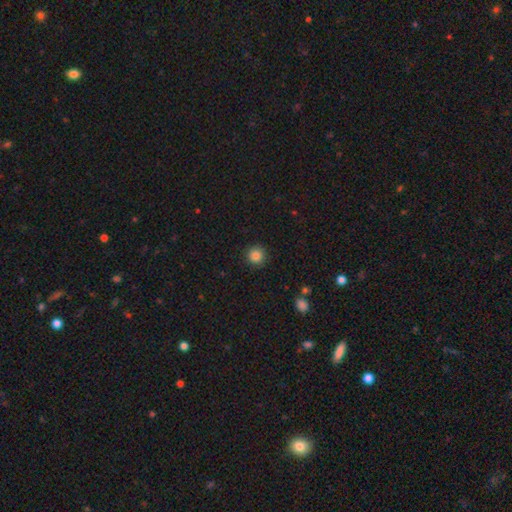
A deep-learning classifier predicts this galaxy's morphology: A smooth galaxy with no disk features (85%) that is round (94%). Merging: none (91%).